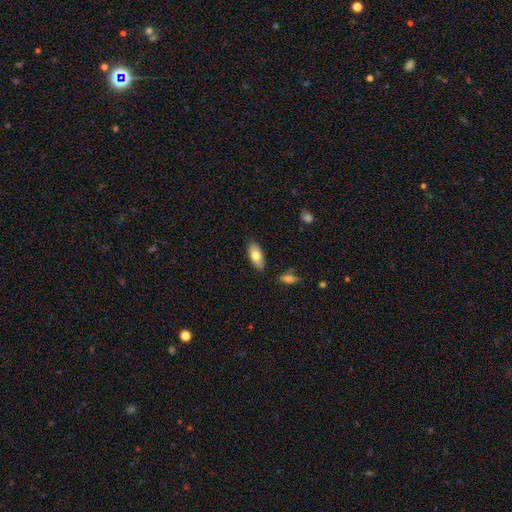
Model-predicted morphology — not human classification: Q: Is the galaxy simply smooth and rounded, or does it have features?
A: smooth — 74%.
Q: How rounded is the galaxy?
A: in between — 89%.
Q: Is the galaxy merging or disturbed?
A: none — 86%.